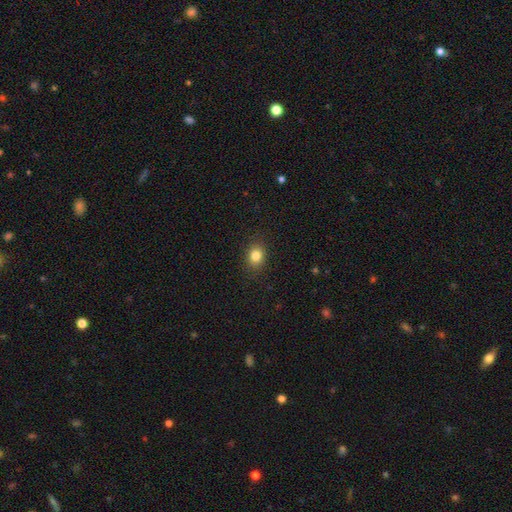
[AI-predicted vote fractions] smooth_or_featured: smooth (p=0.82) [alt: star or artifact p=0.11]
how_rounded: round (p=0.54) [alt: in between p=0.45]
merging: none (p=0.88) [alt: minor disturbance p=0.09]